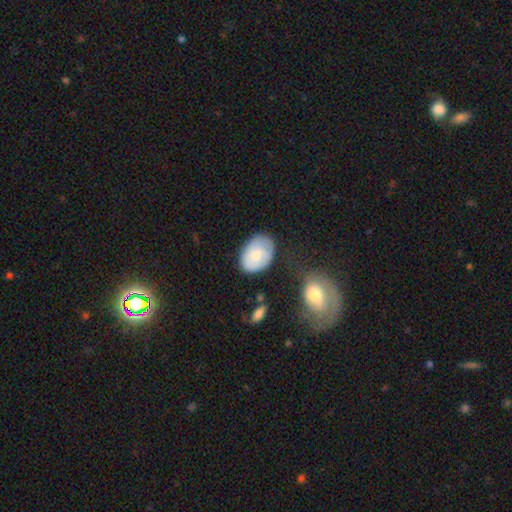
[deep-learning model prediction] smooth_or_featured: smooth (p=0.64) [alt: featured or disk p=0.29]
how_rounded: in between (p=0.77) [alt: round p=0.22]
merging: none (p=0.69) [alt: minor disturbance p=0.21]